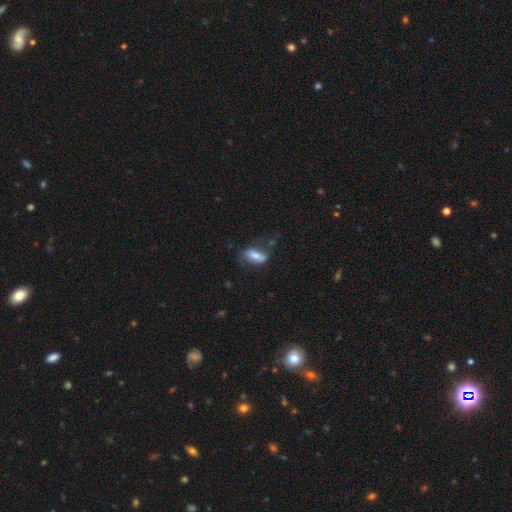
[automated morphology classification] Q: Smooth or featured?
A: smooth (71%); runner-up: featured or disk (21%)
Q: How rounded?
A: in between (79%); runner-up: cigar-shaped (17%)
Q: Merging?
A: none (47%); runner-up: minor disturbance (28%)